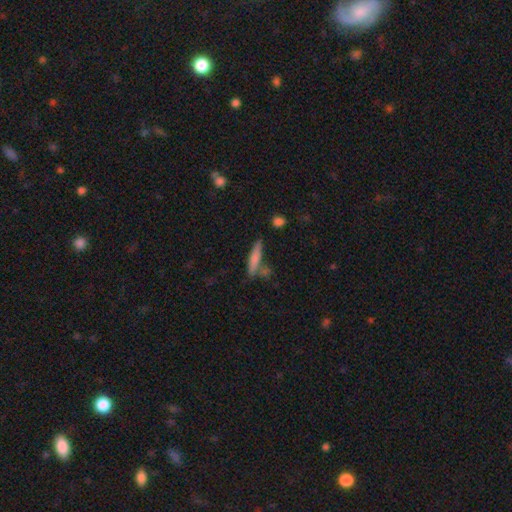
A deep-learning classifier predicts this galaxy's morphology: A smooth galaxy with no disk features (37%). Merging: none (57%).